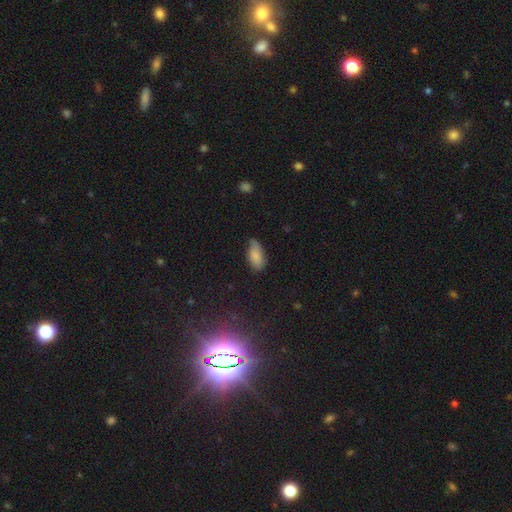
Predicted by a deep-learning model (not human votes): smooth_or_featured: smooth (p=0.78) [alt: featured or disk p=0.14]
how_rounded: in between (p=0.91) [alt: cigar-shaped p=0.07]
merging: none (p=0.51) [alt: minor disturbance p=0.39]